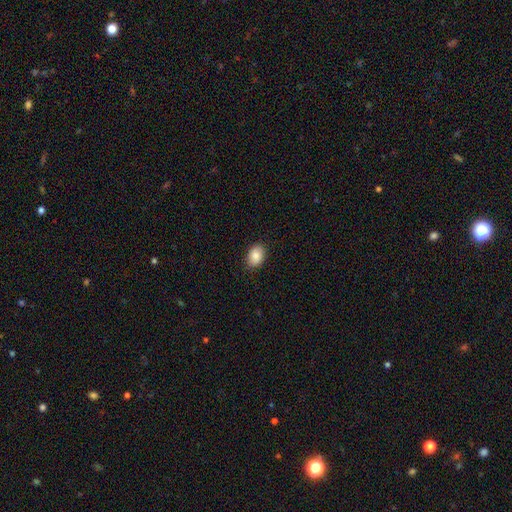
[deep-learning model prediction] A smooth galaxy with no disk features (86%) that is in between round and cigar-shaped (81%).

Vote fractions:
- Smooth or featured? smooth: 86% / star or artifact: 7% / featured or disk: 6%
- How rounded? in between: 81% / round: 18% / cigar-shaped: 1%
- Merging? none: 87% / minor disturbance: 10% / major disturbance: 2% / merger: 1%